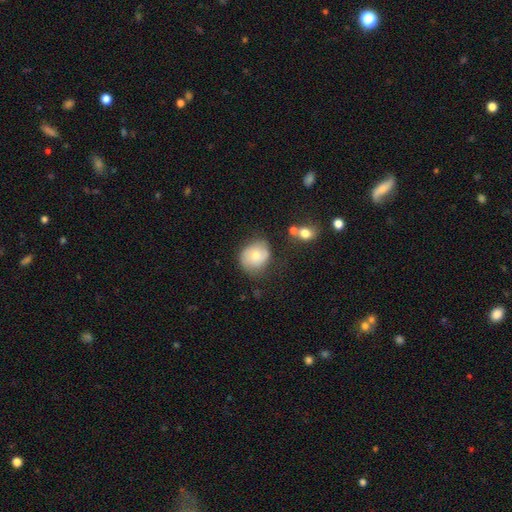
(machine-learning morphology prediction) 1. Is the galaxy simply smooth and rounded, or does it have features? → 62% smooth, 30% featured or disk, 8% star or artifact.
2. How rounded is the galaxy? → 70% round, 29% in between, 1% cigar-shaped.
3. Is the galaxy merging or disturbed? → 59% none, 27% minor disturbance, 9% major disturbance, 5% merger.